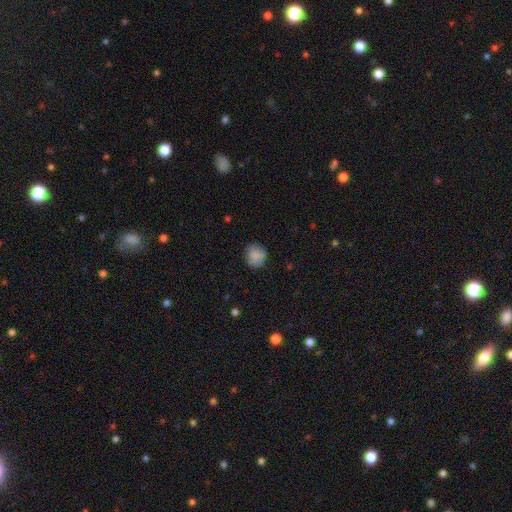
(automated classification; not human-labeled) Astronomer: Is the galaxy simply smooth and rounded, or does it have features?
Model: smooth — 84%.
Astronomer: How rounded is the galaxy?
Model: round — 79%.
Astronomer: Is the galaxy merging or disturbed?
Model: none — 76%.